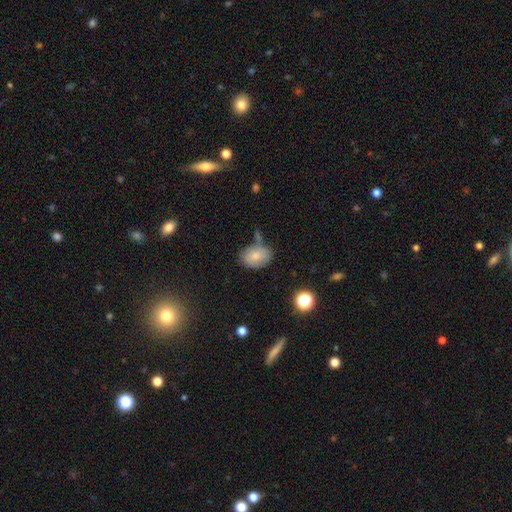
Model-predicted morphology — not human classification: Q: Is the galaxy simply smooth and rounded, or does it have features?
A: smooth — 78%.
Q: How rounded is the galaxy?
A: in between — 79%.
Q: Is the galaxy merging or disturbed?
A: none — 59%.